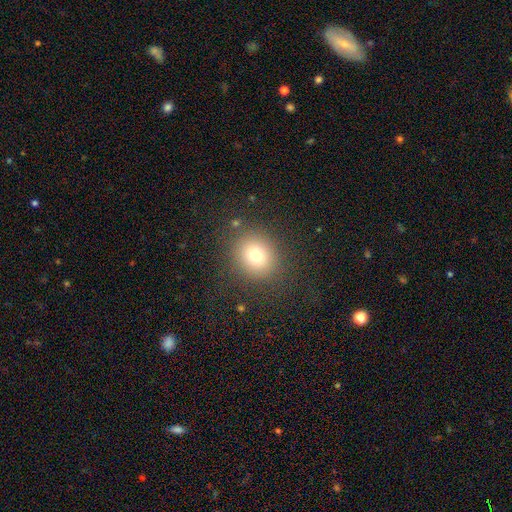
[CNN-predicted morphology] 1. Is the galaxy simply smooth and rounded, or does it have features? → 74% smooth, 15% star or artifact, 11% featured or disk.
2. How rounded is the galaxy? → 82% round, 17% in between, 1% cigar-shaped.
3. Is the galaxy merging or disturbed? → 85% none, 8% minor disturbance, 5% major disturbance, 2% merger.